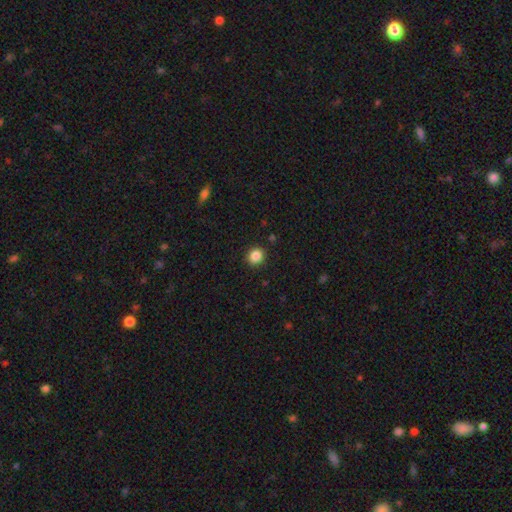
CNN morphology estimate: smooth_or_featured: smooth (p=0.86) [alt: star or artifact p=0.10]
how_rounded: round (p=0.83) [alt: in between p=0.16]
merging: none (p=0.91) [alt: minor disturbance p=0.06]